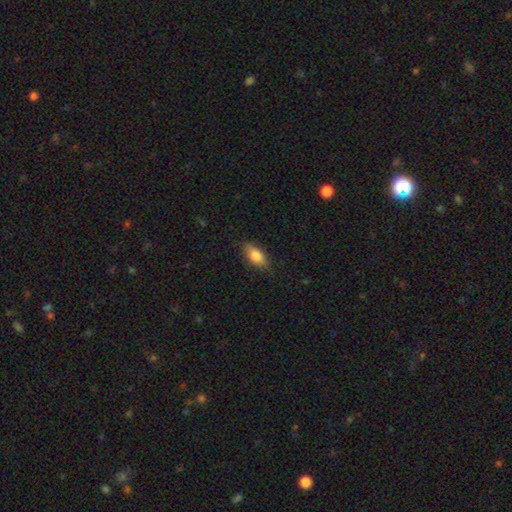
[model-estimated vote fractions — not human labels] The model was most divided on "merging": none: 79%, minor disturbance: 16%, major disturbance: 3%, merger: 1%. More confident: how rounded — in between (86%); smooth or featured — smooth (82%).